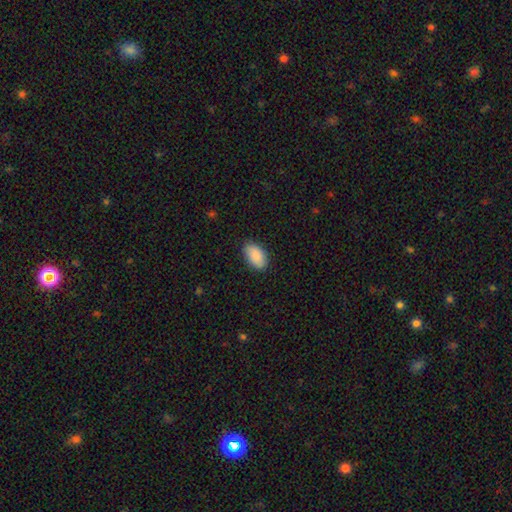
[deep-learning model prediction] Smooth or featured? Predicted: smooth (p=0.89). How rounded? Predicted: in between (p=0.94). Merging? Predicted: none (p=0.87).